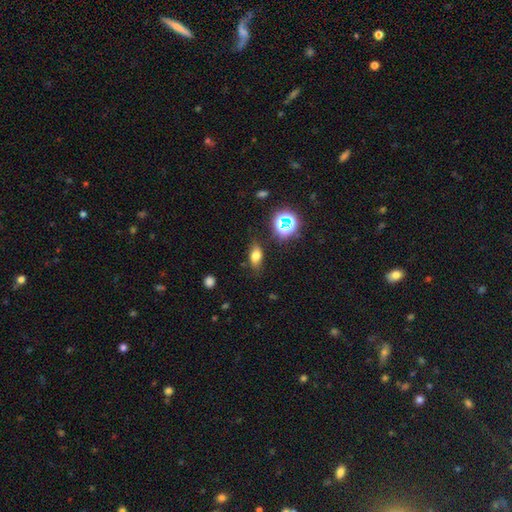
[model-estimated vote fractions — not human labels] Overall: smooth (70%). How rounded: in between (79%). Merging: none (79%).